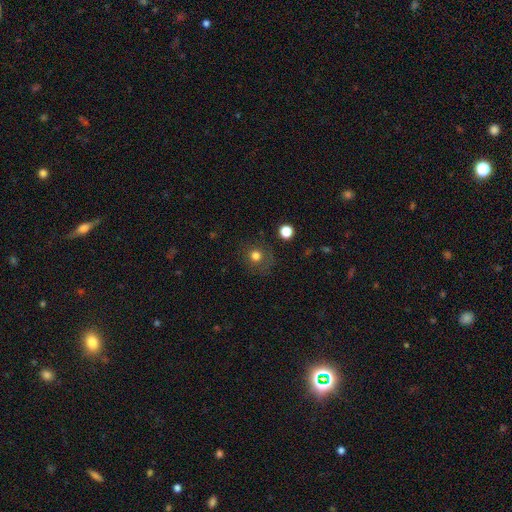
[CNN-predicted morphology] The model was most divided on "smooth or featured": smooth: 75%, star or artifact: 15%, featured or disk: 9%. More confident: how rounded — round (89%); merging — none (78%).